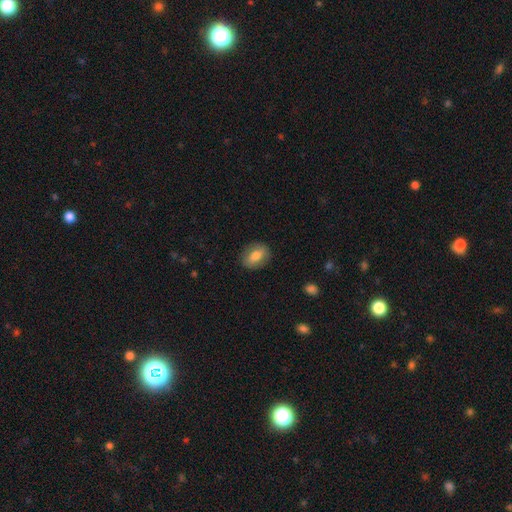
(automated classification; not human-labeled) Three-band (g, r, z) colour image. It shows a smooth galaxy with no disk features (73%) that is in between round and cigar-shaped (72%). Merging: none (86%).